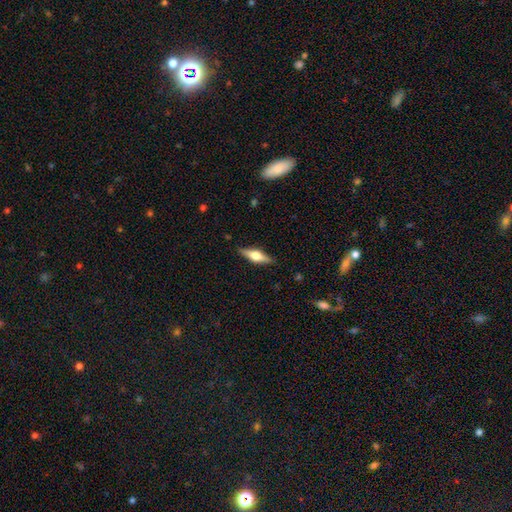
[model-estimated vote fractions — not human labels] Smooth or featured: featured or disk — 59% (smooth — 35%)
Edge-on disk: yes — 95% (no — 5%)
Edge-on bulge: rounded — 92% (boxy — 6%)
Merging: none — 88% (minor disturbance — 9%)